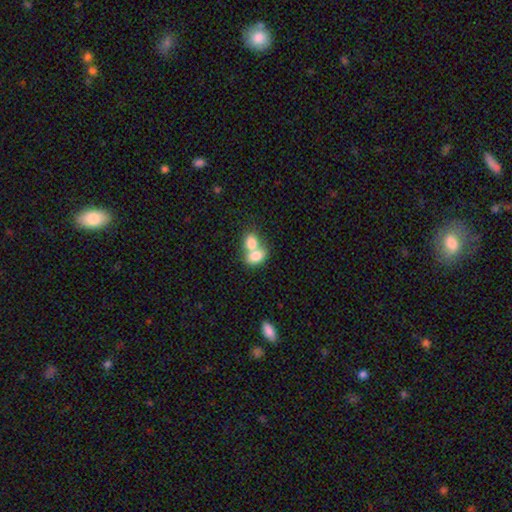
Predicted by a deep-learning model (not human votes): The model was most divided on "how rounded": in between: 75%, round: 24%, cigar-shaped: 2%. More confident: smooth or featured — smooth (77%); merging — merger (71%).